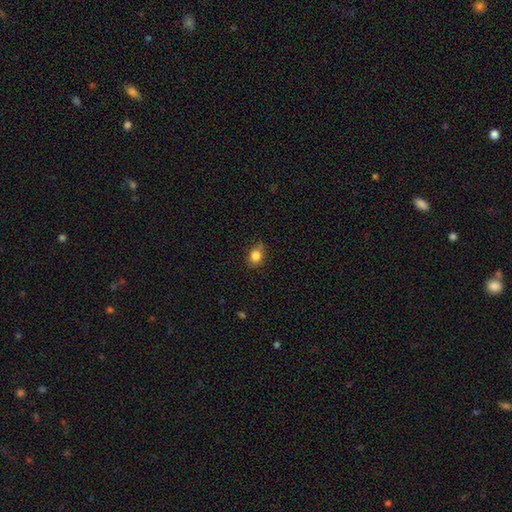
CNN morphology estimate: Overall: smooth (84%). How rounded: round (53%; in between 46%). Merging: none (70%).